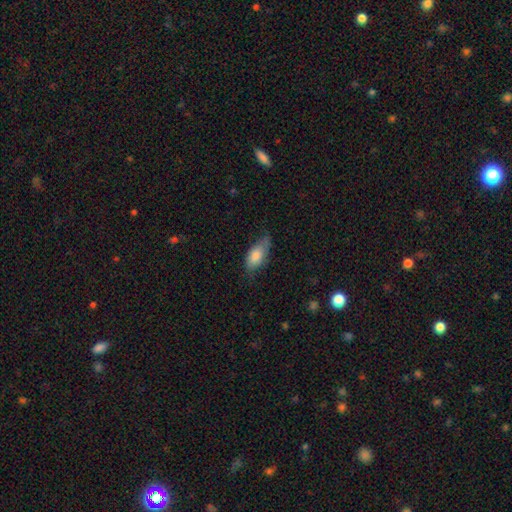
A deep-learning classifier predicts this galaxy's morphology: Q: Smooth or featured?
A: smooth (78%); runner-up: featured or disk (16%)
Q: How rounded?
A: in between (87%); runner-up: cigar-shaped (10%)
Q: Merging?
A: none (56%); runner-up: minor disturbance (34%)